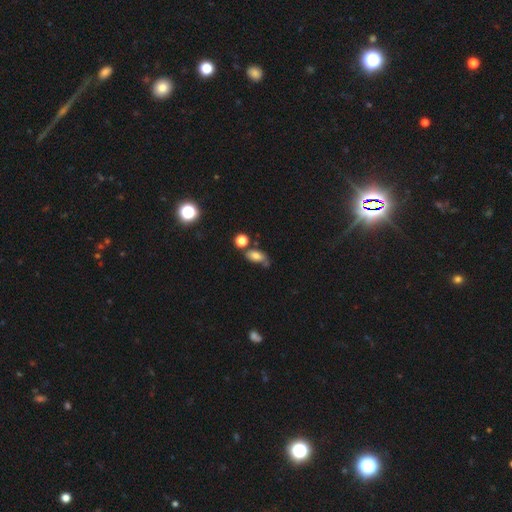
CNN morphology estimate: Q: Smooth or featured?
A: smooth (72%); runner-up: featured or disk (15%)
Q: How rounded?
A: in between (84%); runner-up: round (11%)
Q: Merging?
A: none (47%); runner-up: minor disturbance (26%)